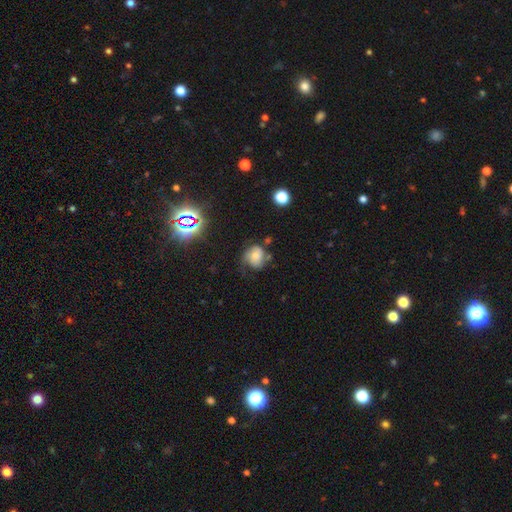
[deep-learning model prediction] A smooth galaxy with no disk features (59%) that is round (67%). Merging: none (43%).